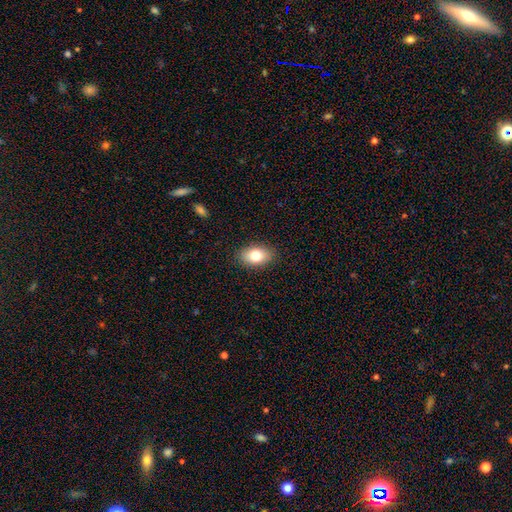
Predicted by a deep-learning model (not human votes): This is likely a smooth galaxy (80%). How rounded: clearly in between (89%). Merging: clearly none (88%).